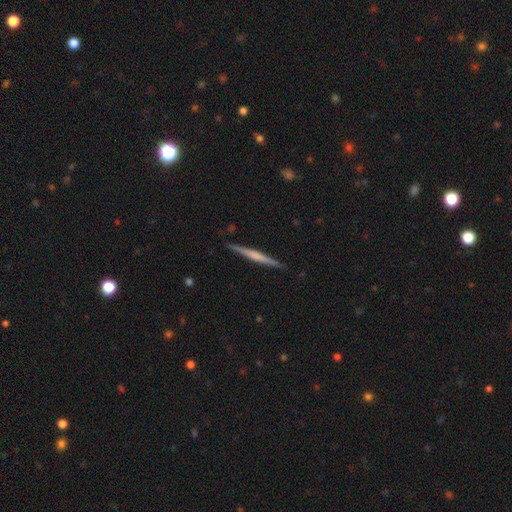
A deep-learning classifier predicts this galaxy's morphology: Smooth or featured: featured or disk — 58% (smooth — 37%)
Edge-on disk: yes — 98% (no — 2%)
Edge-on bulge: none — 51% (rounded — 33%)
Merging: none — 90% (minor disturbance — 7%)